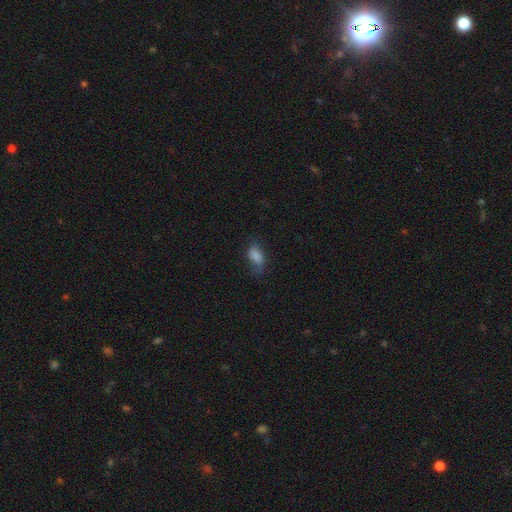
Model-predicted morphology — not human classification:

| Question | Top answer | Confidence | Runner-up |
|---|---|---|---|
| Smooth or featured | smooth | 78% | star or artifact (12%) |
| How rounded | in between | 86% | round (9%) |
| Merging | none | 59% | minor disturbance (26%) |